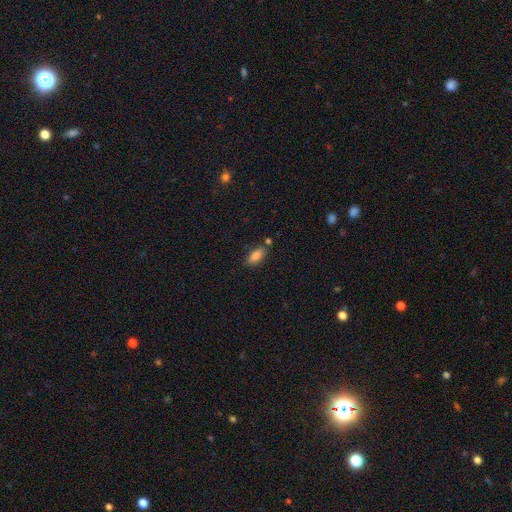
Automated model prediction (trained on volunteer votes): This is clearly a smooth galaxy (84%). How rounded: clearly in between (84%). Merging: likely none (73%).